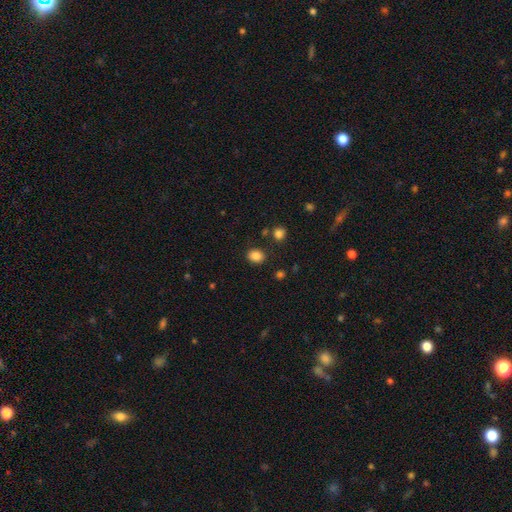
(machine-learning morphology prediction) This is clearly a smooth galaxy (85%). How rounded: possibly in between (50%). Merging: clearly none (85%).